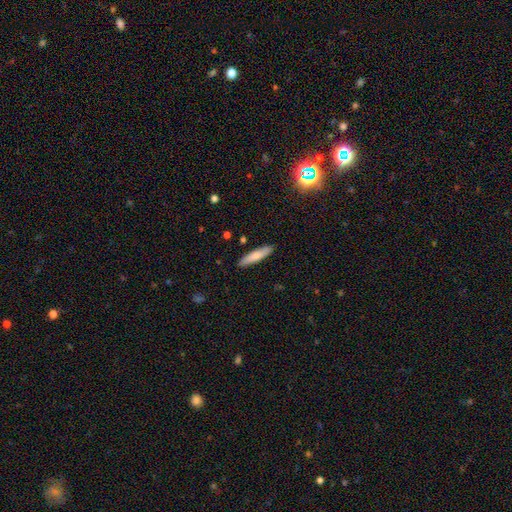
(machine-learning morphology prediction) Smooth or featured?
  - smooth: 74% *
  - featured or disk: 21%
  - star or artifact: 5%
How rounded?
  - cigar-shaped: 81% *
  - in between: 17%
  - round: 1%
Merging?
  - none: 89% *
  - minor disturbance: 8%
  - major disturbance: 2%
  - merger: 1%